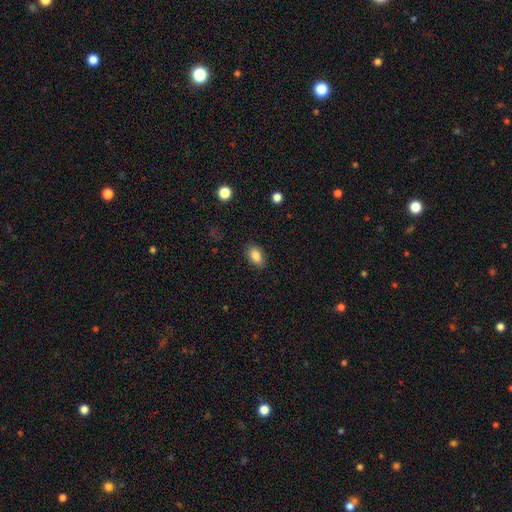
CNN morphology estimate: Smooth or featured? smooth (86%)
How rounded? in between (89%)
Merging? none (85%)